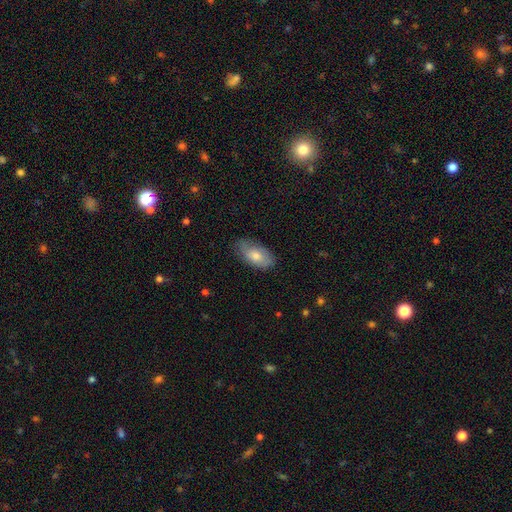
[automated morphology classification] Smooth or featured?
  - smooth: 70% *
  - featured or disk: 23%
  - star or artifact: 7%
How rounded?
  - in between: 92% *
  - cigar-shaped: 4%
  - round: 3%
Merging?
  - none: 75% *
  - minor disturbance: 20%
  - major disturbance: 4%
  - merger: 1%